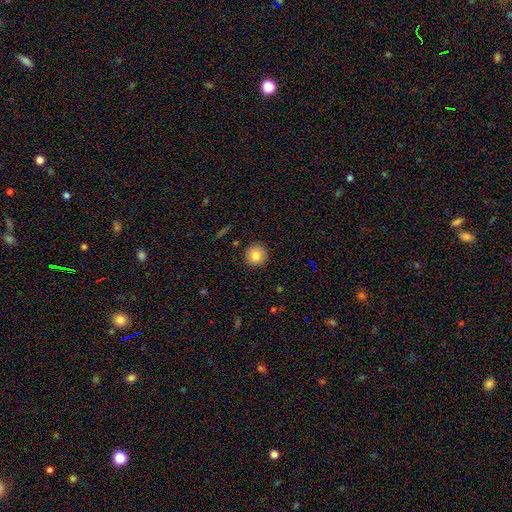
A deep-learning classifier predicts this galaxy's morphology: Overall: smooth (82%). How rounded: round (94%). Merging: none (90%).